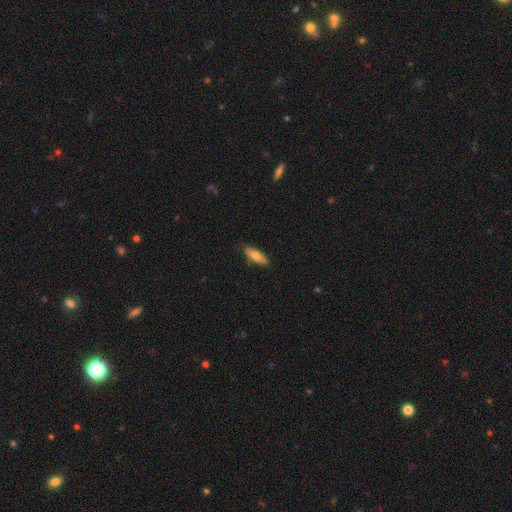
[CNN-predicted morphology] This is likely a smooth galaxy (66%). How rounded: possibly in between (59%). Merging: clearly none (81%).